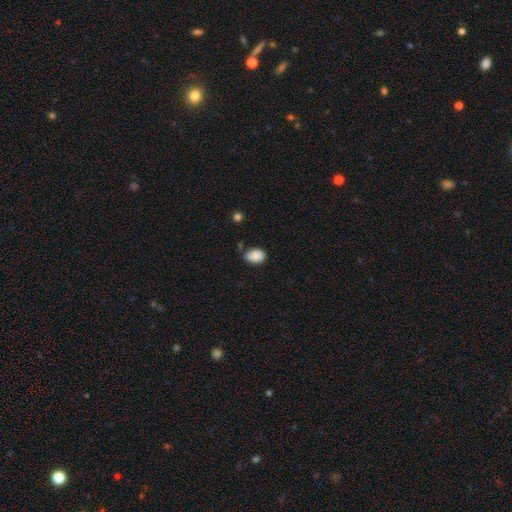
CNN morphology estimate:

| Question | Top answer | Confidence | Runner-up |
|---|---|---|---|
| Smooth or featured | smooth | 88% | star or artifact (8%) |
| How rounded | in between | 76% | round (23%) |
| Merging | none | 65% | minor disturbance (26%) |